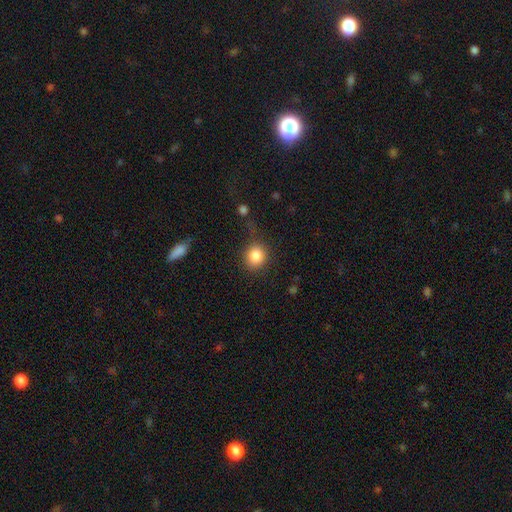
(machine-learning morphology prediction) A smooth galaxy with no disk features (85%) that is round (86%). Merging: none (73%).